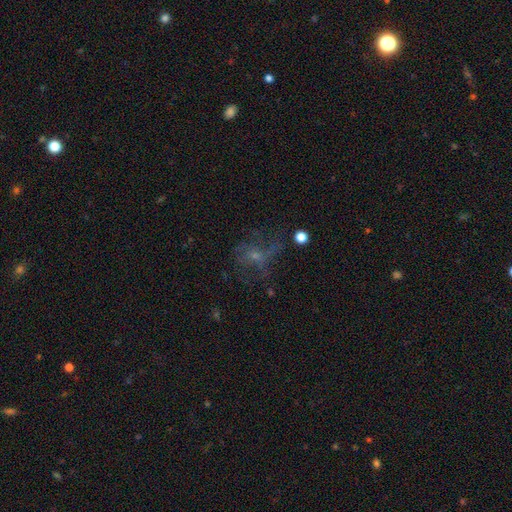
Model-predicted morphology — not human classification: Smooth or featured: featured or disk — 46% (smooth — 30%)
Merging: none — 42% (major disturbance — 37%)